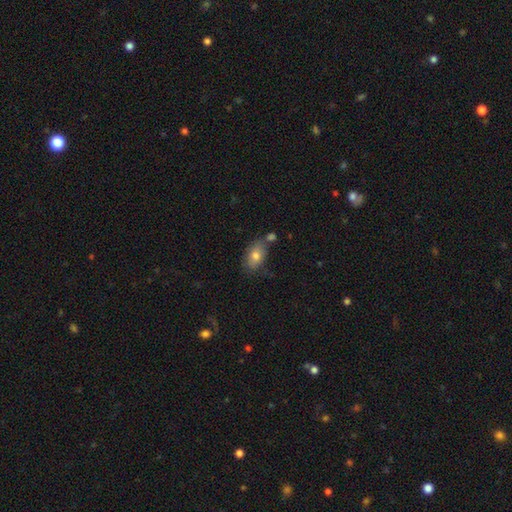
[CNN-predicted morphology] Smooth or featured?
  - smooth: 78% *
  - featured or disk: 15%
  - star or artifact: 8%
How rounded?
  - in between: 89% *
  - round: 9%
  - cigar-shaped: 2%
Merging?
  - none: 65% *
  - minor disturbance: 18%
  - merger: 13%
  - major disturbance: 4%